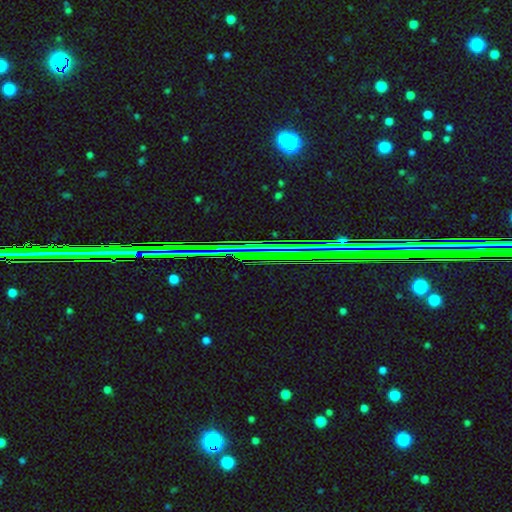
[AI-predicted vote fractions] Smooth or featured? star or artifact (75%)